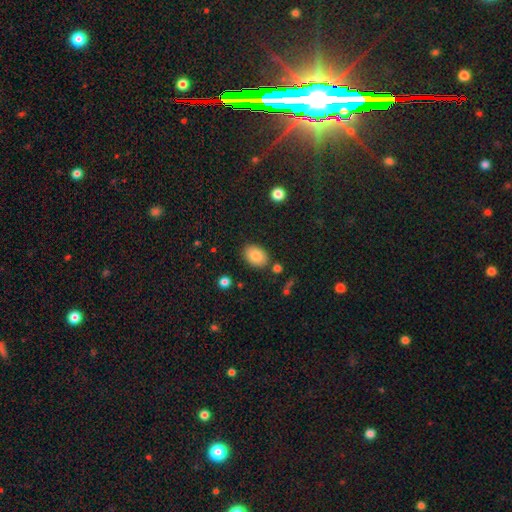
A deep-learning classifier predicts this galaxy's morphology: A smooth galaxy with no disk features (84%) that is in between round and cigar-shaped (81%). Merging: none (84%).